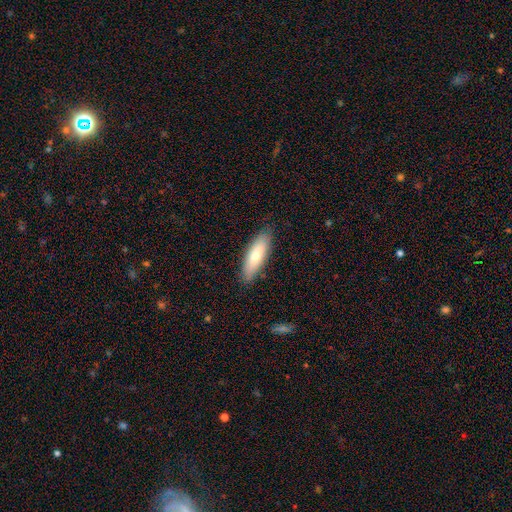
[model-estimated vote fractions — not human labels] Q: Smooth or featured?
A: smooth (72%); runner-up: featured or disk (22%)
Q: How rounded?
A: in between (52%); runner-up: cigar-shaped (46%)
Q: Merging?
A: none (85%); runner-up: minor disturbance (11%)